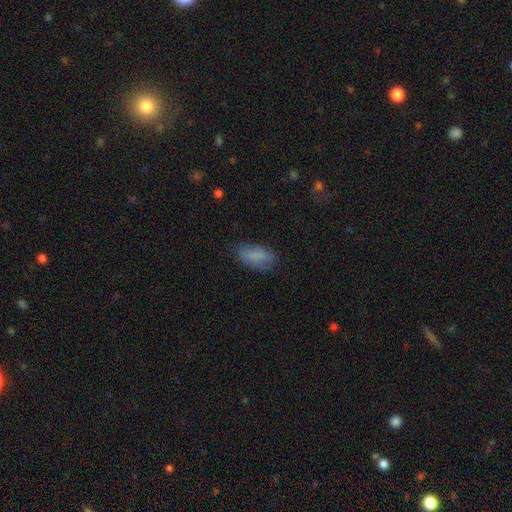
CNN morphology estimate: smooth-or-featured: smooth: 82% | featured or disk: 10% | star or artifact: 8%
  how-rounded: in between: 90% | cigar-shaped: 6% | round: 4%
  merging: none: 72% | minor disturbance: 20% | major disturbance: 6% | merger: 1%